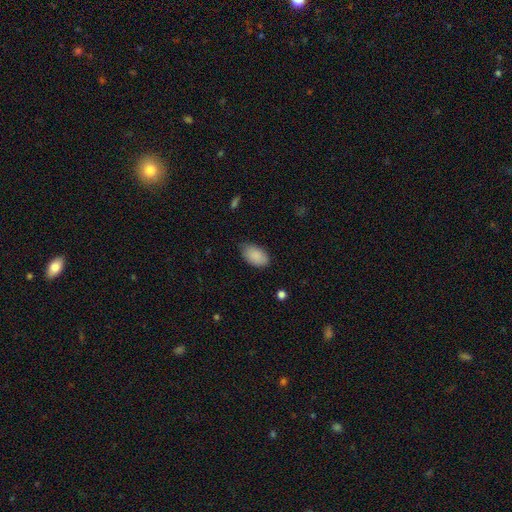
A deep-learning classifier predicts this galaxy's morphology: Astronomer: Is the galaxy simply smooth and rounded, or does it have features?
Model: smooth — 89%.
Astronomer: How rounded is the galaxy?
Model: in between — 93%.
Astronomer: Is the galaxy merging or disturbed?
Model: none — 71%.